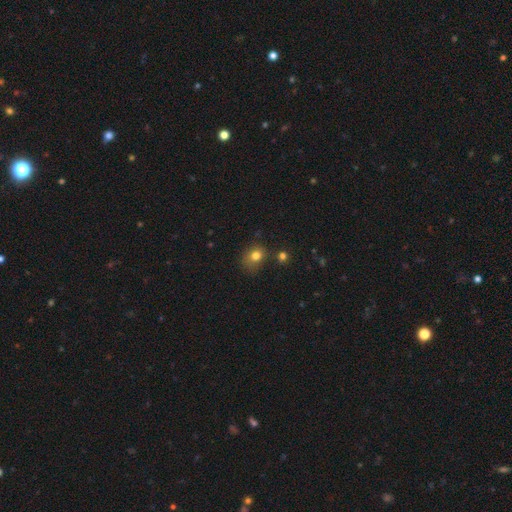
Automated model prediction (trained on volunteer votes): smooth_or_featured: smooth (p=0.77) [alt: star or artifact p=0.14]
how_rounded: round (p=0.61) [alt: in between p=0.38]
merging: none (p=0.55) [alt: minor disturbance p=0.26]